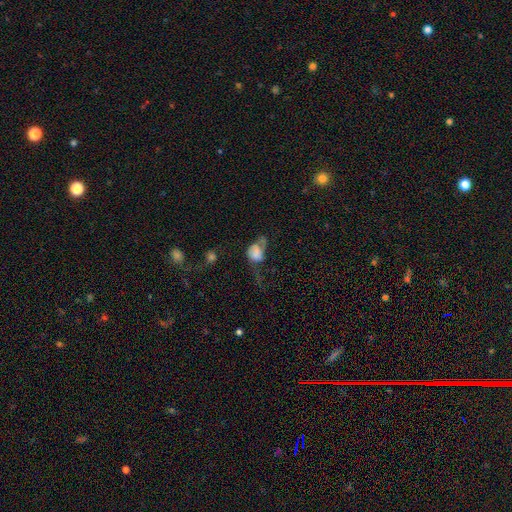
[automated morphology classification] Overall: smooth (57%; featured or disk 32%). How rounded: in between (68%; round 31%). Merging: major disturbance (49%; minor disturbance 18%).